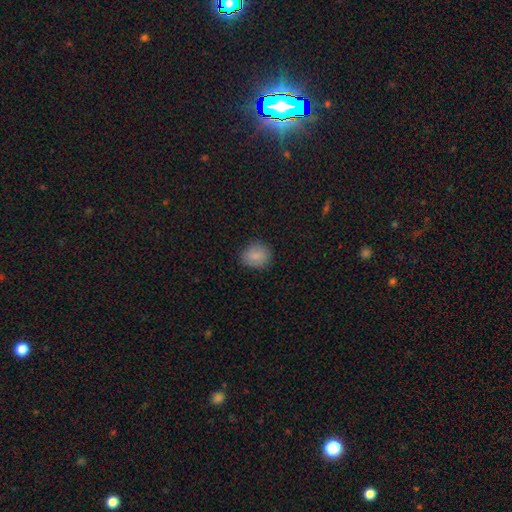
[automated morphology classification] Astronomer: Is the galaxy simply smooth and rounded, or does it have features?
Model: smooth — 86%.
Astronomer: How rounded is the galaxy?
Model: round — 70%.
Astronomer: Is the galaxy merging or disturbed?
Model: none — 83%.